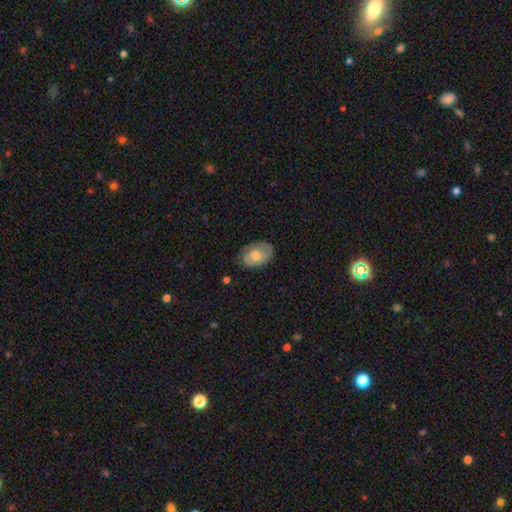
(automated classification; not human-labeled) smooth-or-featured: smooth: 63% | featured or disk: 30% | star or artifact: 7%
  how-rounded: in between: 87% | round: 11% | cigar-shaped: 1%
  merging: none: 76% | minor disturbance: 19% | major disturbance: 4% | merger: 1%